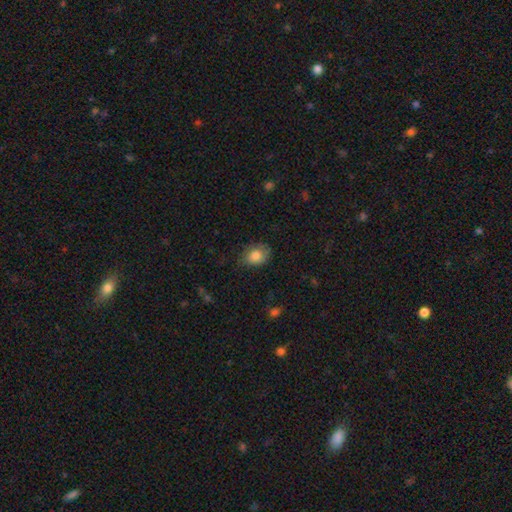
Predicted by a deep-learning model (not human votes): This appears to be a smooth galaxy with no disk features (80%) that is in between round and cigar-shaped (67%). Merging: none (67%).